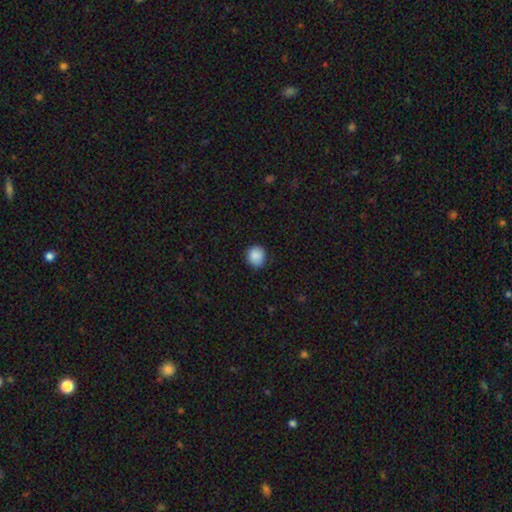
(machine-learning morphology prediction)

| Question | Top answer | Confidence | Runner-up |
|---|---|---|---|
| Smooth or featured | smooth | 89% | star or artifact (8%) |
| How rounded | round | 84% | in between (15%) |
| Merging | none | 84% | minor disturbance (12%) |